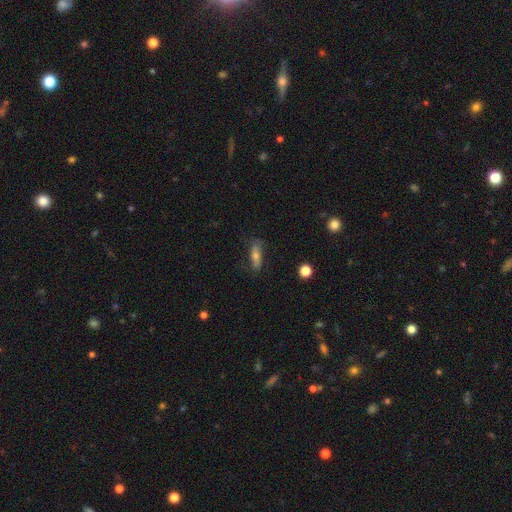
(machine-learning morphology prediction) smooth 54%, featured or disk 35%, star or artifact 11%. Down the decision tree: how rounded — in between (60%); merging — none (69%).